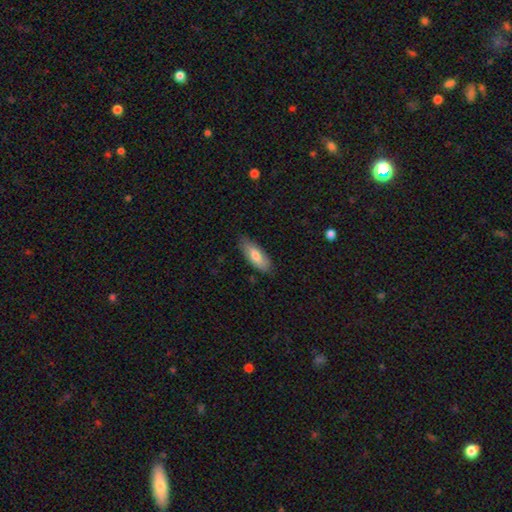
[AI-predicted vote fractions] Q: Smooth or featured?
A: smooth (72%); runner-up: featured or disk (23%)
Q: How rounded?
A: in between (75%); runner-up: cigar-shaped (24%)
Q: Merging?
A: none (78%); runner-up: minor disturbance (18%)